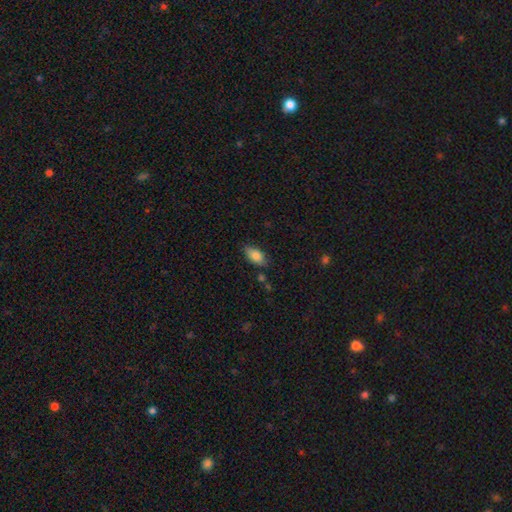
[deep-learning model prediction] The model was most divided on "merging": none: 78%, minor disturbance: 17%, major disturbance: 3%, merger: 3%. More confident: how rounded — in between (91%); smooth or featured — smooth (82%).